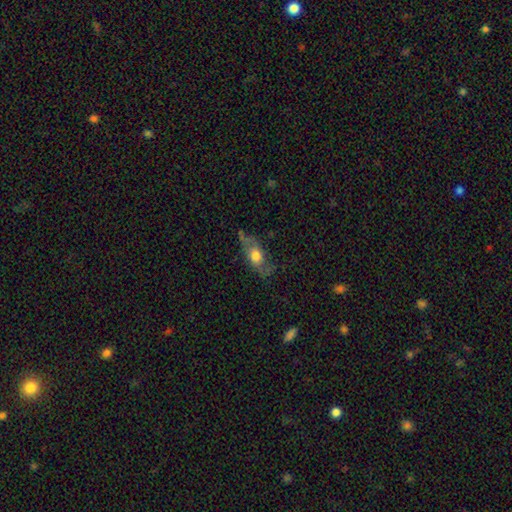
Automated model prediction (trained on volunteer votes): Smooth or featured: smooth — 50% (featured or disk — 42%)
Merging: none — 51% (minor disturbance — 28%)